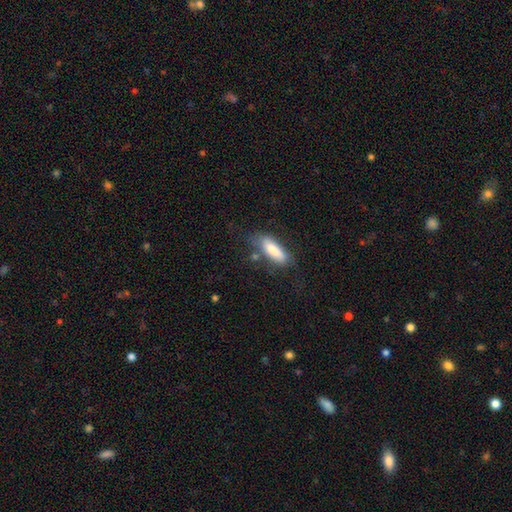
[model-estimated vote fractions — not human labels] This is likely a smooth galaxy (76%). How rounded: possibly cigar-shaped (50%). Merging: likely none (68%).